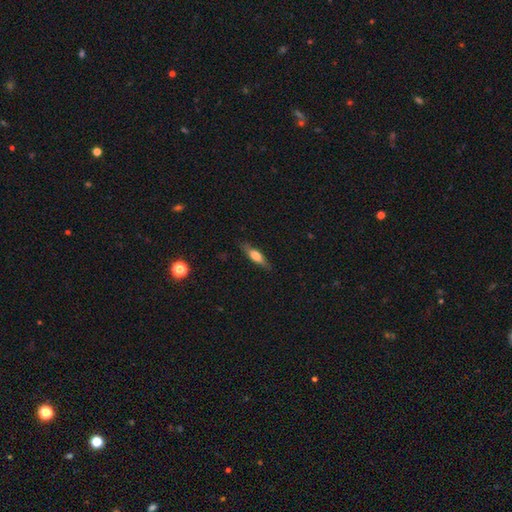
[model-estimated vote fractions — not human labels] This appears to be a smooth galaxy with no disk features (58%) that is cigar-shaped (61%). Merging: none (81%).